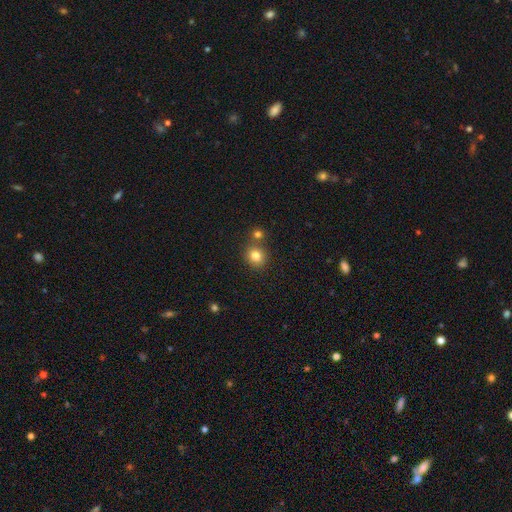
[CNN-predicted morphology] A smooth galaxy with no disk features (81%) that is round (84%). Merging: none (68%).